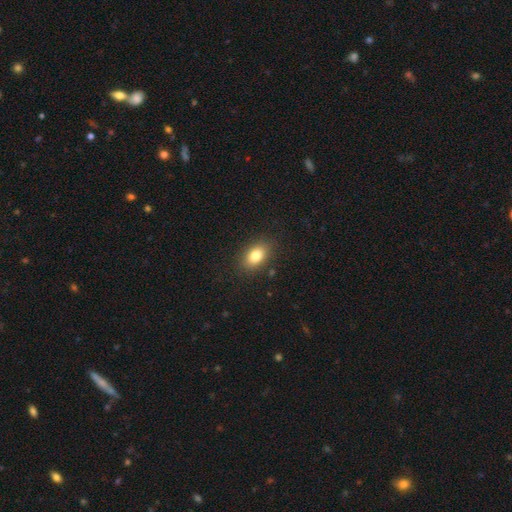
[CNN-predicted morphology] Smooth or featured? Predicted: smooth (p=0.81). How rounded? Predicted: in between (p=0.84). Merging? Predicted: none (p=0.87).